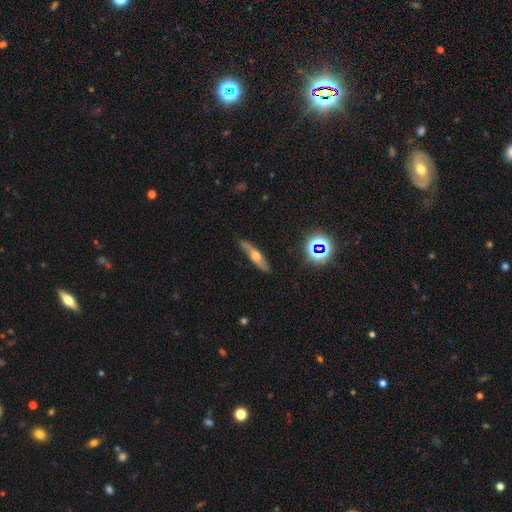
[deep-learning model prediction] Q: Smooth or featured?
A: featured or disk (50%); runner-up: smooth (40%)
Q: Merging?
A: none (83%); runner-up: minor disturbance (13%)